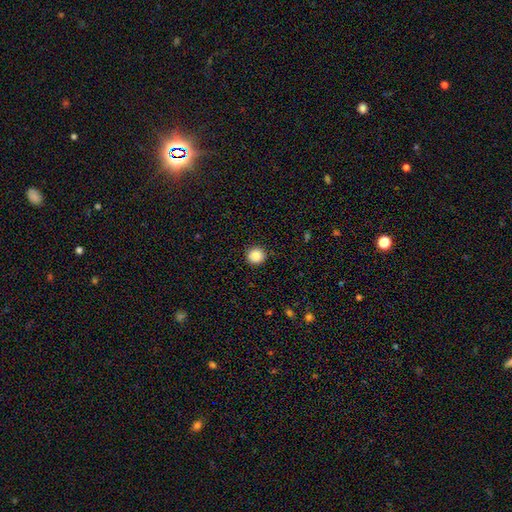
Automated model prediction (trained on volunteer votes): This is clearly a smooth galaxy (88%). How rounded: clearly round (93%). Merging: clearly none (91%).